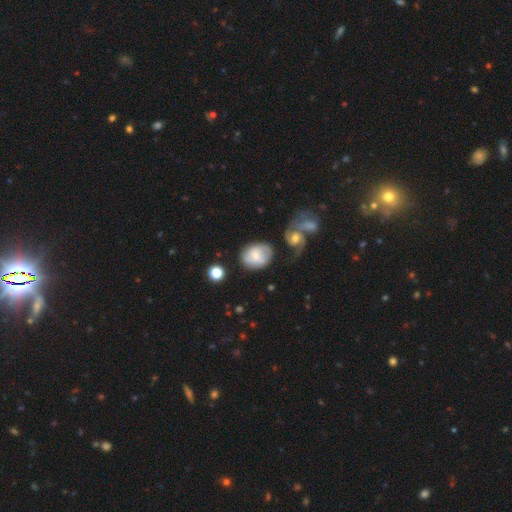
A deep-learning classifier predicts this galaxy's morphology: Smooth or featured?
  - smooth: 55% *
  - featured or disk: 37%
  - star or artifact: 8%
How rounded?
  - in between: 51% *
  - round: 47%
  - cigar-shaped: 1%
Merging?
  - none: 58% *
  - minor disturbance: 21%
  - merger: 13%
  - major disturbance: 8%